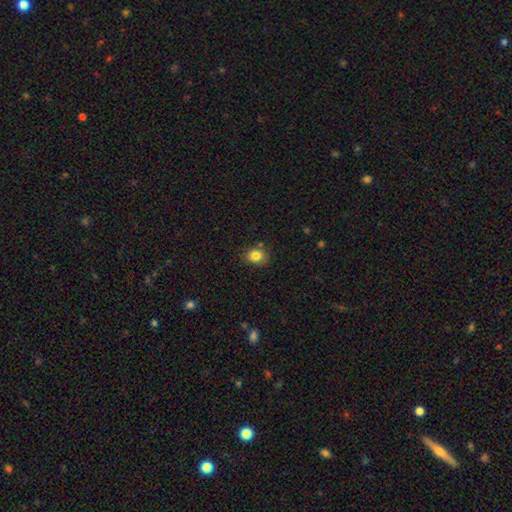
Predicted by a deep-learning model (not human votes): smooth-or-featured: smooth: 83% | star or artifact: 10% | featured or disk: 7%
  how-rounded: round: 52% | in between: 47% | cigar-shaped: 1%
  merging: none: 78% | minor disturbance: 15% | merger: 3% | major disturbance: 3%